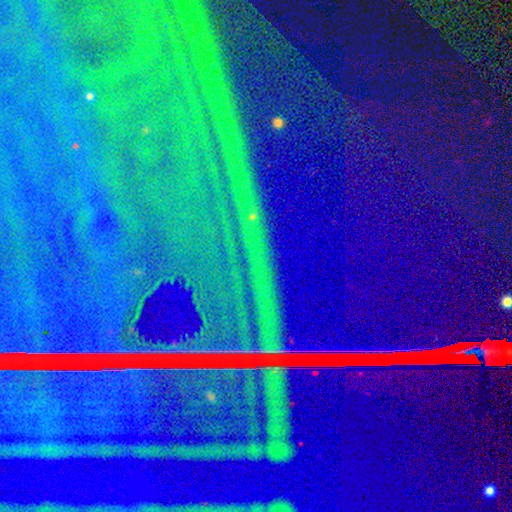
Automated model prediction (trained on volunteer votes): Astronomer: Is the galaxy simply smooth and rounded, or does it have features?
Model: star or artifact — 89%.